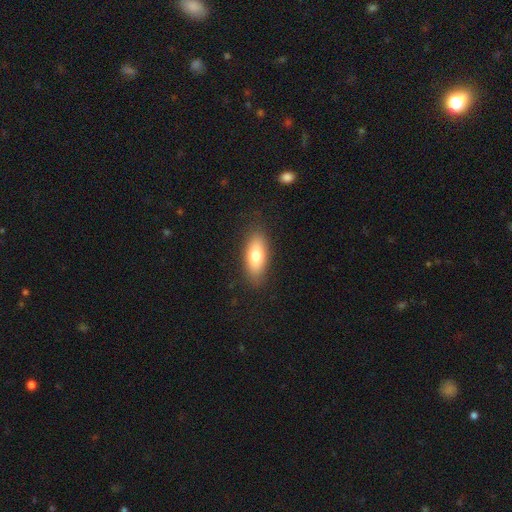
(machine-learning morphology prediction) Smooth or featured?
  - smooth: 75% *
  - featured or disk: 19%
  - star or artifact: 7%
How rounded?
  - in between: 79% *
  - cigar-shaped: 18%
  - round: 3%
Merging?
  - none: 85% *
  - minor disturbance: 11%
  - major disturbance: 3%
  - merger: 1%